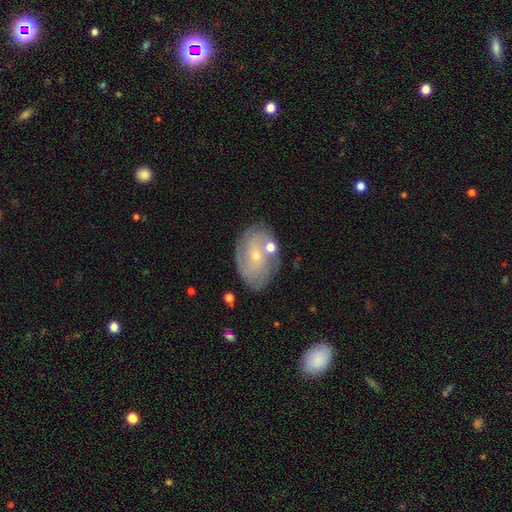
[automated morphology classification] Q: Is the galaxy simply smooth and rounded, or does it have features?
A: featured or disk — 70%.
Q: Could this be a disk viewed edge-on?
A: no — 96%.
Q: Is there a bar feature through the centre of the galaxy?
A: no — 73%.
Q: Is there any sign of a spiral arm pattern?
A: yes — 82%.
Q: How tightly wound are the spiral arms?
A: tight — 57%.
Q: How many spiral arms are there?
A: can't tell — 43%.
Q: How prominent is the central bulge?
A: small — 76%.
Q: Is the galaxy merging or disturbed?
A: none — 68%.